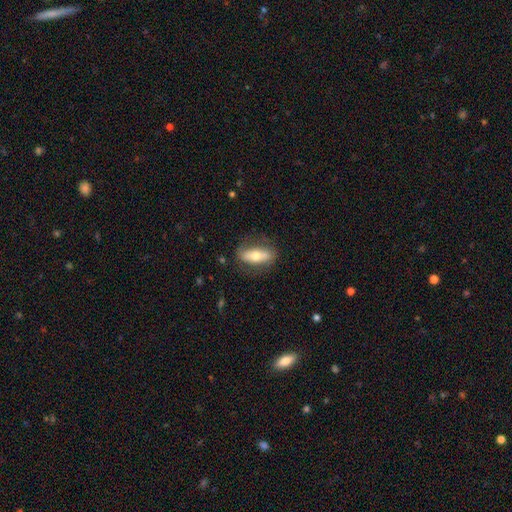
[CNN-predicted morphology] type=smooth (54%); roundness=in between (71%); merging=none (72%).